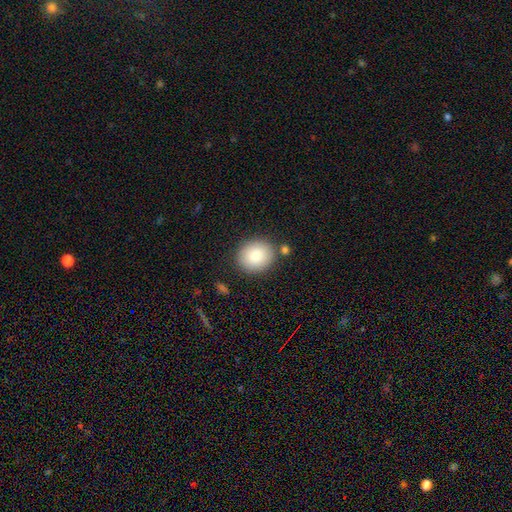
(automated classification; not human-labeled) Smooth or featured: smooth — 86% (star or artifact — 7%)
How rounded: round — 73% (in between — 26%)
Merging: none — 82% (minor disturbance — 10%)